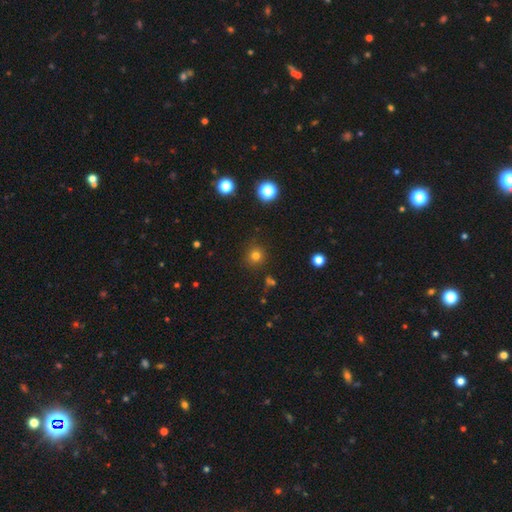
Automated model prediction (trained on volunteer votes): The model was most divided on "smooth or featured": smooth: 76%, star or artifact: 18%, featured or disk: 6%. More confident: how rounded — round (92%); merging — none (88%).